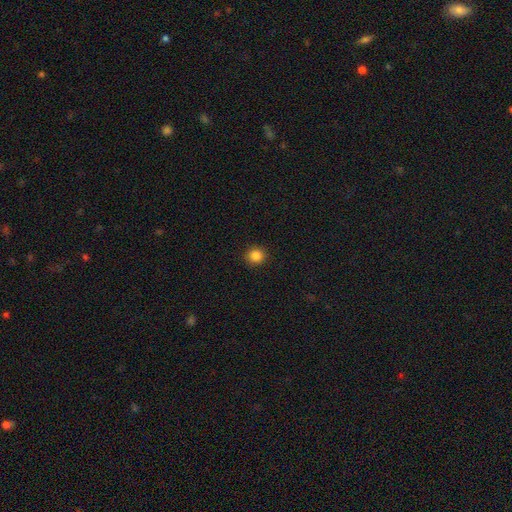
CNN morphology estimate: Overall: smooth (86%). How rounded: round (92%). Merging: none (92%).